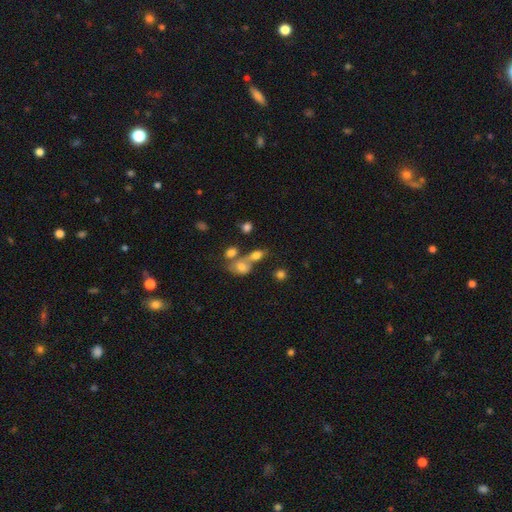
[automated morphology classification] The model was most divided on "merging": merger: 44%, none: 37%, minor disturbance: 12%, major disturbance: 8%. More confident: smooth or featured — smooth (71%); how rounded — in between (62%).